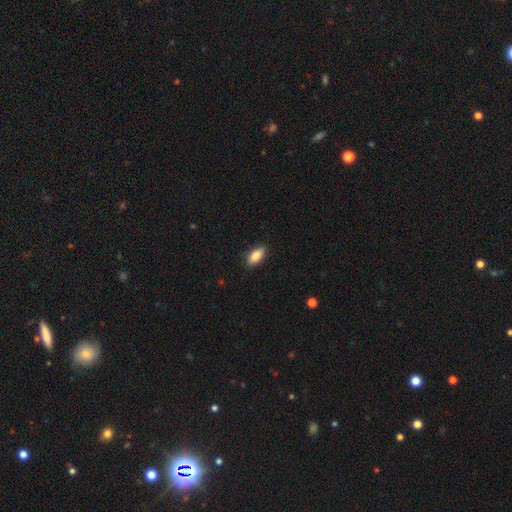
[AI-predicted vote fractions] Q: Smooth or featured?
A: smooth (86%); runner-up: featured or disk (8%)
Q: How rounded?
A: in between (89%); runner-up: cigar-shaped (8%)
Q: Merging?
A: none (88%); runner-up: minor disturbance (10%)